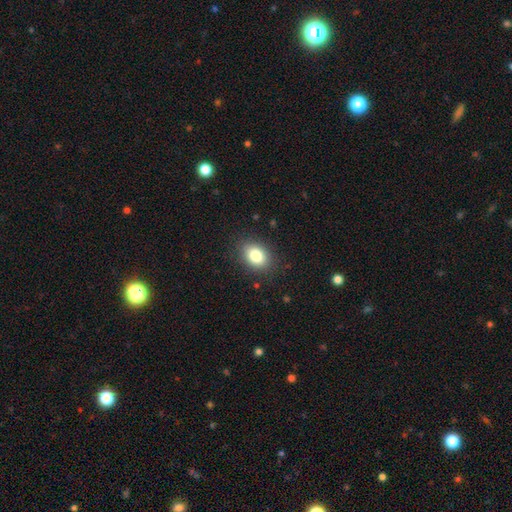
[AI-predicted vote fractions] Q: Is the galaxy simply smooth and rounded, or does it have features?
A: smooth — 83%.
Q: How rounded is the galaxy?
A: in between — 74%.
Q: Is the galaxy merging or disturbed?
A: none — 86%.